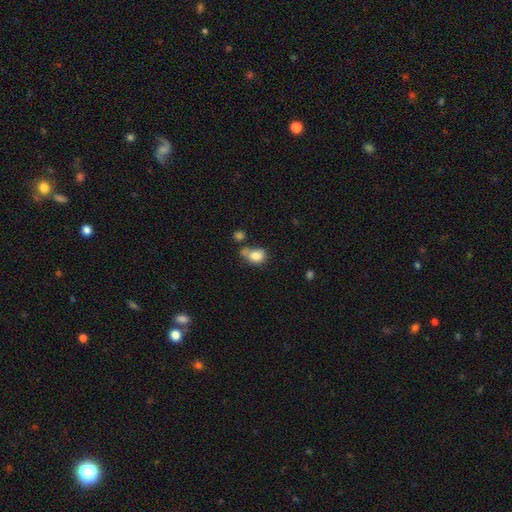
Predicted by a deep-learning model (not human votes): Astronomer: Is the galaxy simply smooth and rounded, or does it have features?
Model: smooth — 81%.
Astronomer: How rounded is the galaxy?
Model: in between — 54% (runner-up: round, 44%).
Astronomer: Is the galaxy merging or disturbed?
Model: none — 38% (runner-up: merger, 32%).